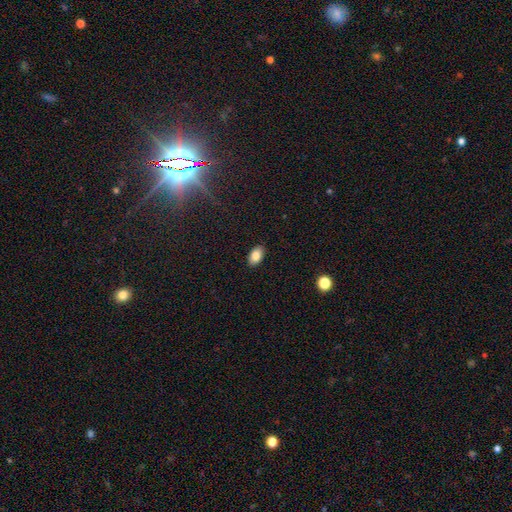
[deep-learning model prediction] Smooth or featured: smooth — 85% (star or artifact — 8%)
How rounded: in between — 93% (round — 5%)
Merging: none — 89% (minor disturbance — 8%)